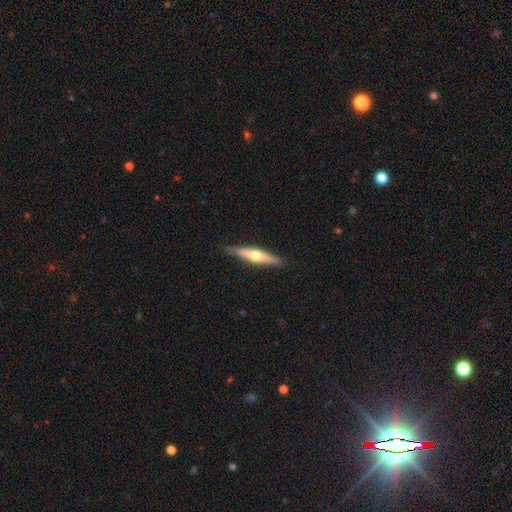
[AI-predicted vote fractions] smooth_or_featured: featured or disk (p=0.58) [alt: smooth p=0.37]
disk_edge_on: yes (p=0.95) [alt: no p=0.05]
edge_on_bulge: rounded (p=0.92) [alt: none p=0.05]
merging: none (p=0.88) [alt: minor disturbance p=0.09]